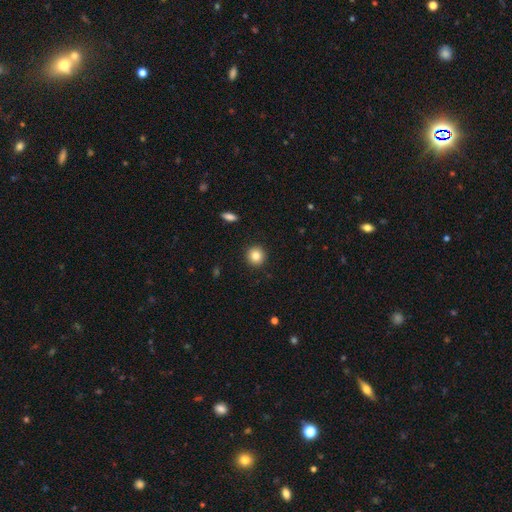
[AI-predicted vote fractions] smooth-or-featured: smooth: 84% | star or artifact: 10% | featured or disk: 6%
  how-rounded: round: 94% | in between: 5% | cigar-shaped: 1%
  merging: none: 92% | minor disturbance: 5% | major disturbance: 2% | merger: 1%